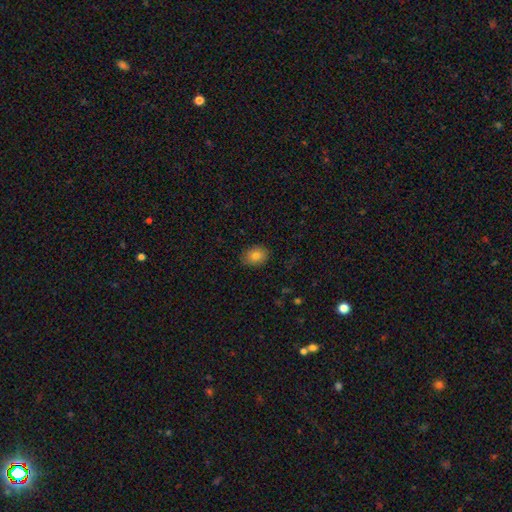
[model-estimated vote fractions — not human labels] This is likely a smooth galaxy (80%). How rounded: likely in between (62%). Merging: clearly none (85%).